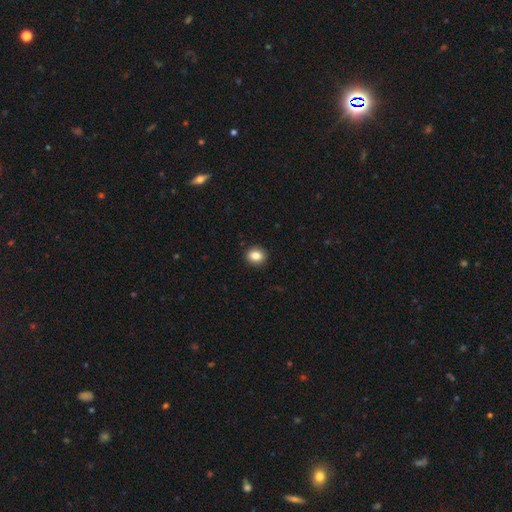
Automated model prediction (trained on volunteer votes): Overall: smooth (85%). How rounded: round (68%; in between 31%). Merging: none (92%).